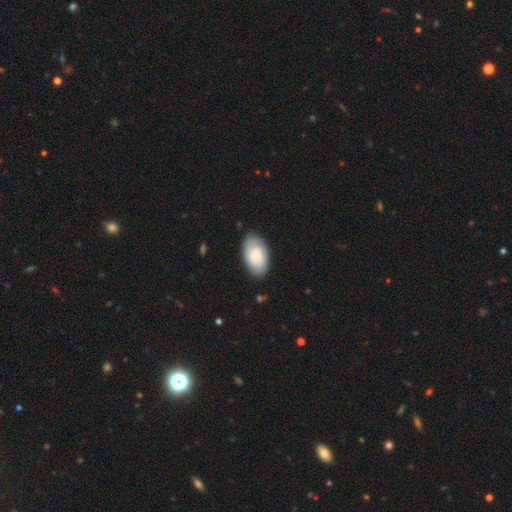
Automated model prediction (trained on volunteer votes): smooth 59%, featured or disk 35%, star or artifact 6%. Down the decision tree: how rounded — in between (94%); merging — none (80%).